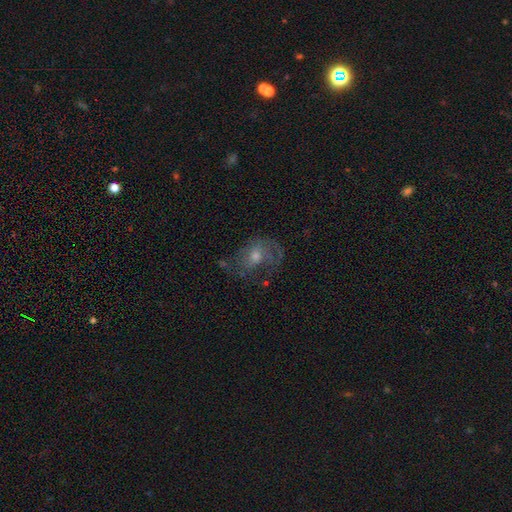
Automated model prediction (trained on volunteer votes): Smooth or featured? Predicted: featured or disk (p=0.64). Edge-on disk? Predicted: no (p=0.96). Bar? Predicted: no (p=0.67). Spiral arms? Predicted: yes (p=0.77). Bulge size? Predicted: moderate (p=0.56). Merging? Predicted: none (p=0.52).